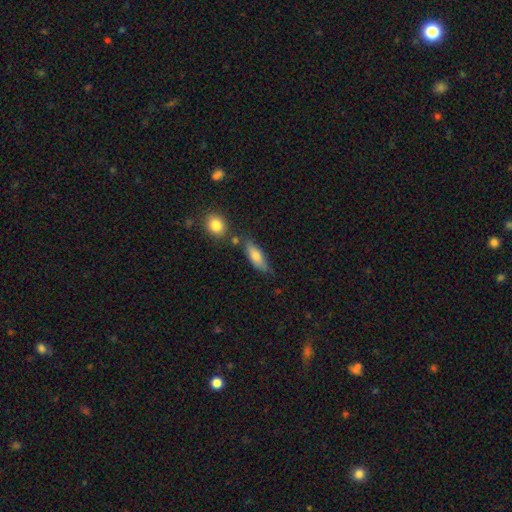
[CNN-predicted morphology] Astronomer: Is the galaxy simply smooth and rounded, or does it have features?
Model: smooth — 72%.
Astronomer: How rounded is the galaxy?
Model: in between — 56% (runner-up: cigar-shaped, 41%).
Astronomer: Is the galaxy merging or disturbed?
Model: none — 64%.